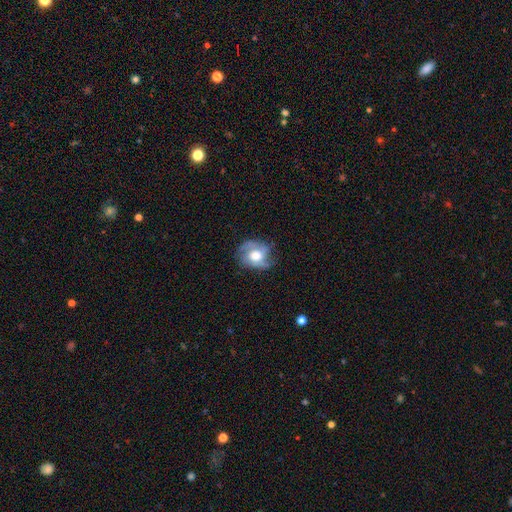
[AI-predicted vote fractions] Smooth or featured? featured or disk (69%)
Edge-on disk? no (97%)
Bar? no (70%)
Spiral arms? yes (87%)
Spiral winding? medium (46%)
Spiral arm count? 2 (59%)
Bulge size? moderate (48%)
Merging? none (64%)